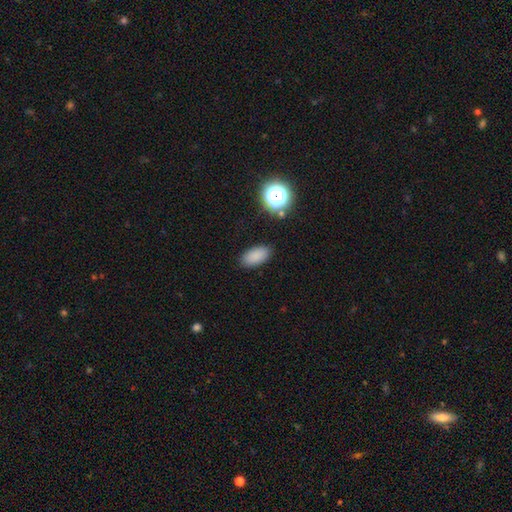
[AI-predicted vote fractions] Smooth or featured?
  - smooth: 84% *
  - star or artifact: 11%
  - featured or disk: 5%
How rounded?
  - in between: 91% *
  - cigar-shaped: 5%
  - round: 4%
Merging?
  - none: 86% *
  - minor disturbance: 9%
  - major disturbance: 3%
  - merger: 2%